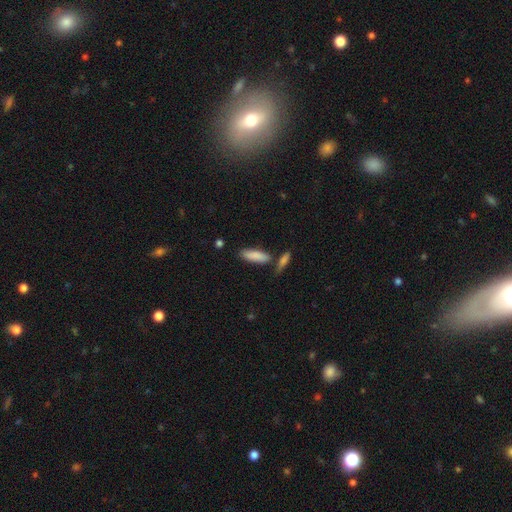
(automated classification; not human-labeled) This appears to be a smooth galaxy with no disk features (86%) that is in between round and cigar-shaped (53%). Merging: none (66%).